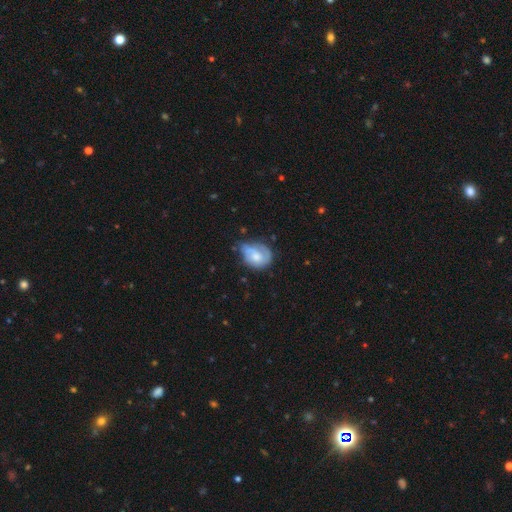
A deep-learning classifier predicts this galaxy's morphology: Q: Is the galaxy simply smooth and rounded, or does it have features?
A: featured or disk — 53%.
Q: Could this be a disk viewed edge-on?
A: no — 97%.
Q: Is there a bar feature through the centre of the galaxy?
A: no — 69%.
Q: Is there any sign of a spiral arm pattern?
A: yes — 77%.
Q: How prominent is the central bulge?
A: moderate — 48%.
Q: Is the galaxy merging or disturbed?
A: none — 43%.